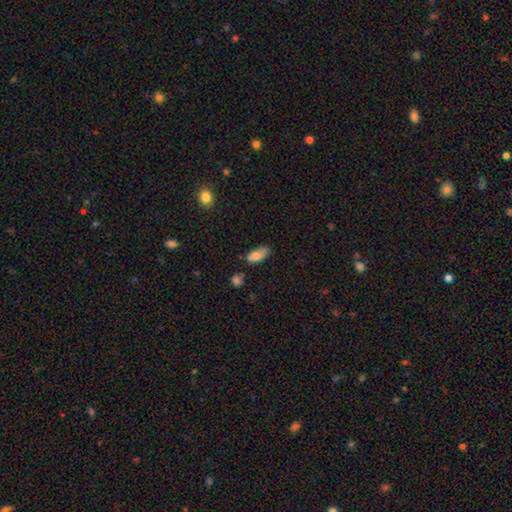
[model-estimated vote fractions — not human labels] smooth-or-featured: smooth: 80% | featured or disk: 11% | star or artifact: 9%
  how-rounded: in between: 86% | cigar-shaped: 10% | round: 4%
  merging: none: 51% | minor disturbance: 32% | major disturbance: 9% | merger: 8%